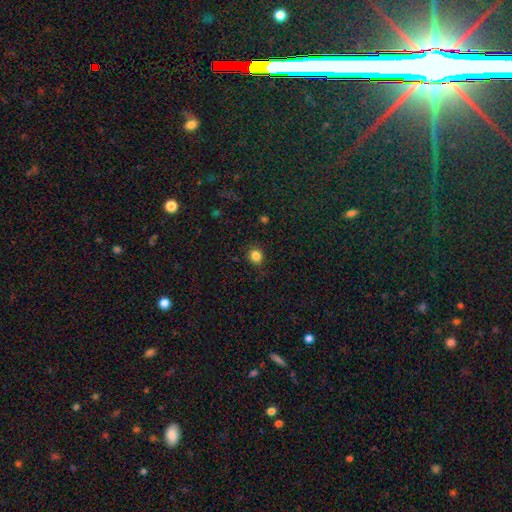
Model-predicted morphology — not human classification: Smooth or featured: smooth — 83% (star or artifact — 13%)
How rounded: round — 82% (in between — 17%)
Merging: none — 87% (minor disturbance — 9%)